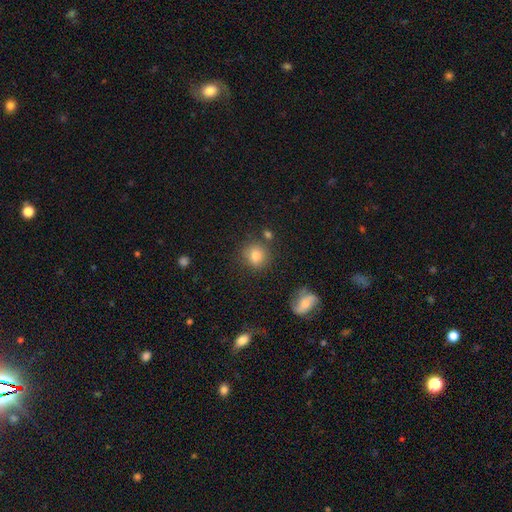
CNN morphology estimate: smooth 80%, star or artifact 12%, featured or disk 8%. Down the decision tree: how rounded — round (86%); merging — none (78%).